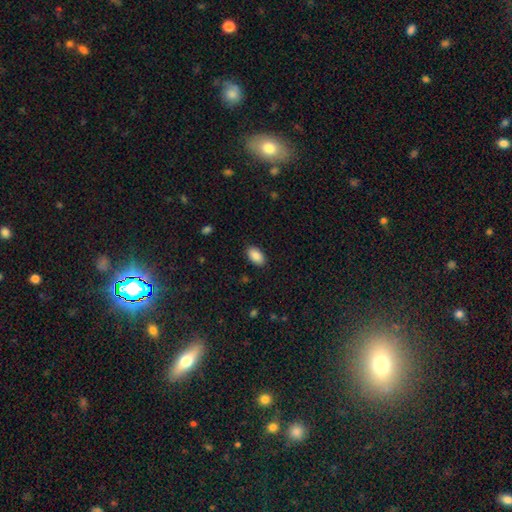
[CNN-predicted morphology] Smooth or featured?
  - smooth: 89% *
  - star or artifact: 7%
  - featured or disk: 4%
How rounded?
  - in between: 95% *
  - round: 4%
  - cigar-shaped: 2%
Merging?
  - none: 89% *
  - minor disturbance: 8%
  - major disturbance: 2%
  - merger: 1%